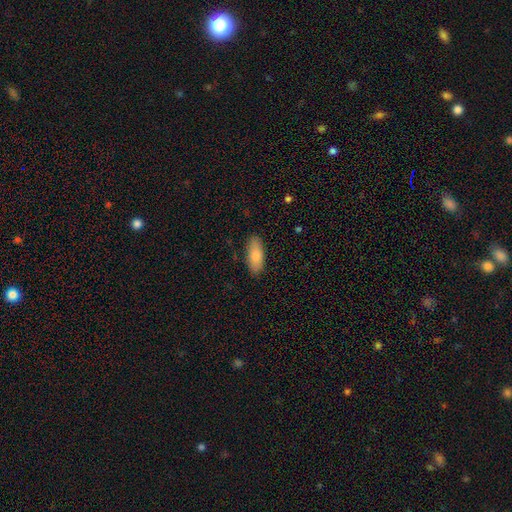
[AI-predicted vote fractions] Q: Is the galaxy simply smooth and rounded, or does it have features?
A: smooth — 84%.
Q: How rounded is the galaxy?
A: in between — 79%.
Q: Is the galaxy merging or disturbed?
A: none — 87%.